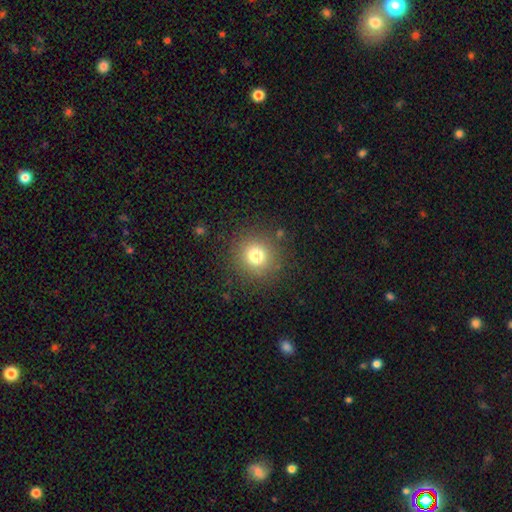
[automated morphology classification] smooth-or-featured: smooth: 77% | star or artifact: 14% | featured or disk: 9%
  how-rounded: round: 93% | in between: 6% | cigar-shaped: 1%
  merging: none: 87% | minor disturbance: 8% | major disturbance: 4% | merger: 2%